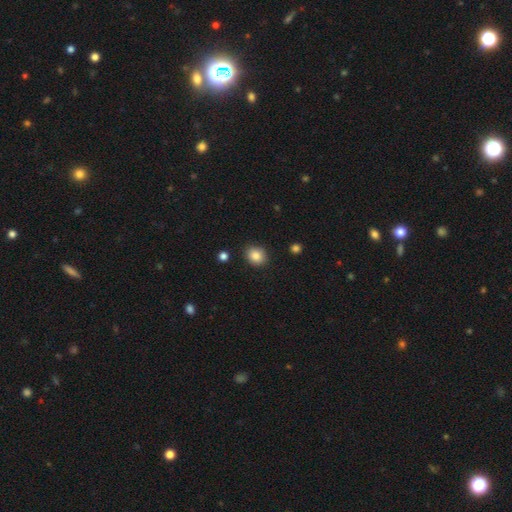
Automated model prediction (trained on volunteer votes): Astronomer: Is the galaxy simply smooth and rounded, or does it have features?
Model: smooth — 86%.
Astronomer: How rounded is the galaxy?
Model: round — 71%.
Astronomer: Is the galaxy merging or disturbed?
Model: none — 88%.